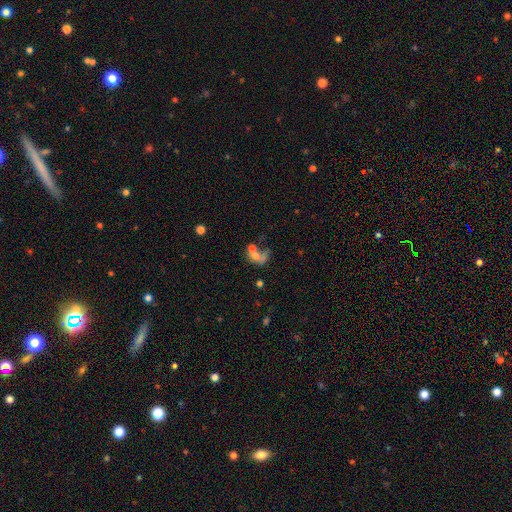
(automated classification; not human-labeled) Q: Smooth or featured?
A: smooth (49%); runner-up: featured or disk (36%)
Q: Merging?
A: merger (51%); runner-up: major disturbance (21%)